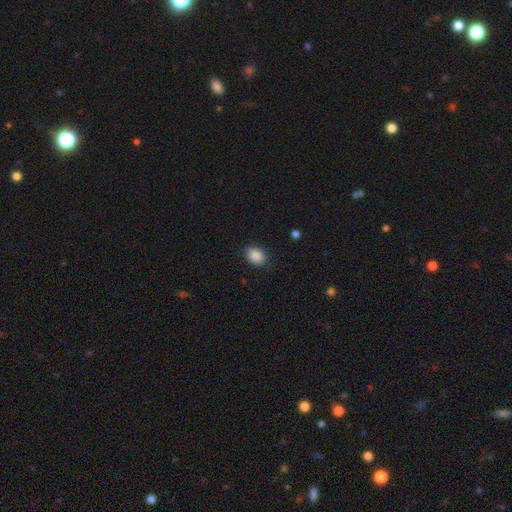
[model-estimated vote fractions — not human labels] Morphology: type=smooth (88%); roundness=in between (62%); merging=none (84%).